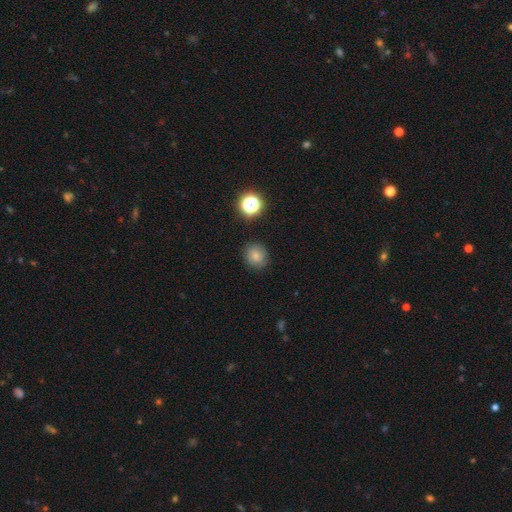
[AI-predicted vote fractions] This is likely a smooth galaxy (77%). How rounded: clearly round (87%). Merging: clearly none (85%).